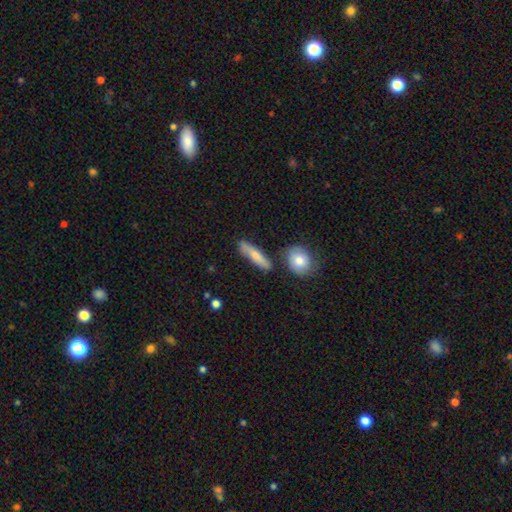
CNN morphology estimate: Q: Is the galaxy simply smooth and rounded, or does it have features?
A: smooth — 71%.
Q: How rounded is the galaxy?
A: cigar-shaped — 75%.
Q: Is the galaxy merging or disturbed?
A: none — 74%.